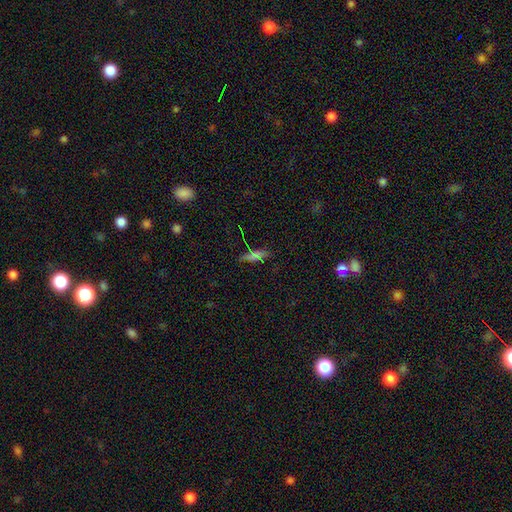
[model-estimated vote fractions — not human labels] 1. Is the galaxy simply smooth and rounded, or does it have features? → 62% smooth, 23% star or artifact, 15% featured or disk.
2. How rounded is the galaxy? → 52% cigar-shaped, 43% in between, 5% round.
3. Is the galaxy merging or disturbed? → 80% none, 13% minor disturbance, 4% major disturbance, 3% merger.